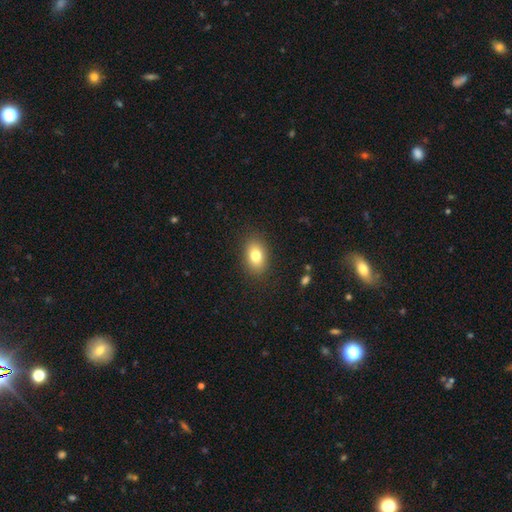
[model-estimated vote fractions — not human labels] smooth-or-featured: smooth: 79% | featured or disk: 11% | star or artifact: 10%
  how-rounded: in between: 81% | round: 18% | cigar-shaped: 2%
  merging: none: 87% | minor disturbance: 9% | major disturbance: 3% | merger: 1%